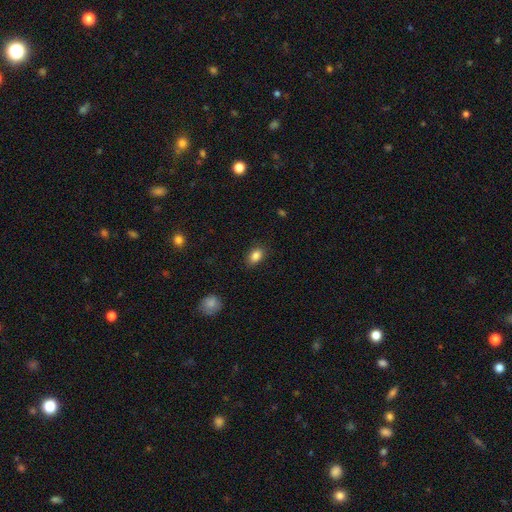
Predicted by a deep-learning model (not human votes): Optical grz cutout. It shows a smooth galaxy with no disk features (86%) that is in between round and cigar-shaped (81%). Merging: none (85%).